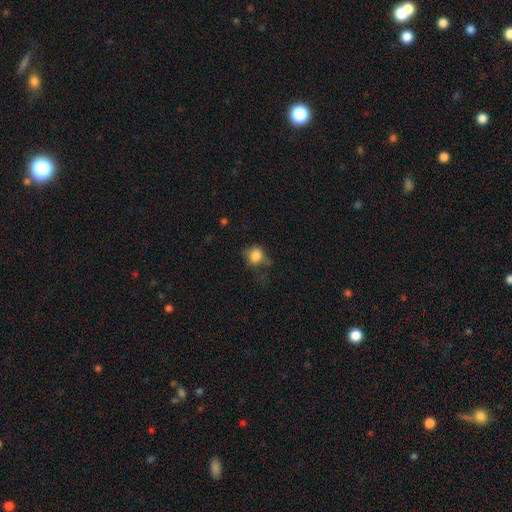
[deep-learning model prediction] Smooth or featured?
  - smooth: 81% *
  - star or artifact: 10%
  - featured or disk: 9%
How rounded?
  - round: 61% *
  - in between: 37%
  - cigar-shaped: 1%
Merging?
  - none: 42% *
  - minor disturbance: 32%
  - major disturbance: 24%
  - merger: 3%